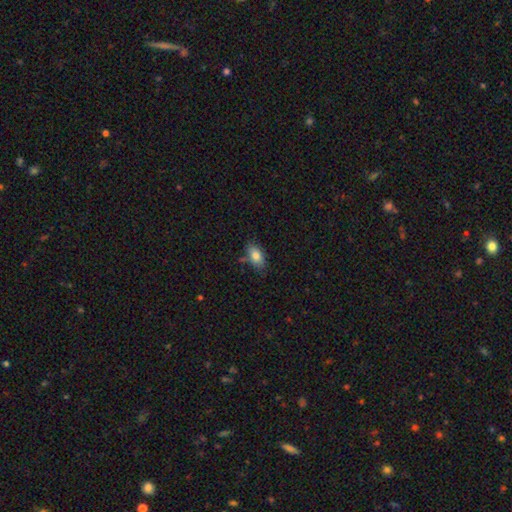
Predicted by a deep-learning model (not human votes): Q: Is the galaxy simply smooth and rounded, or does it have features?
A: smooth — 81%.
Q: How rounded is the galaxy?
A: in between — 90%.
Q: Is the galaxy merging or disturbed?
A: none — 72%.